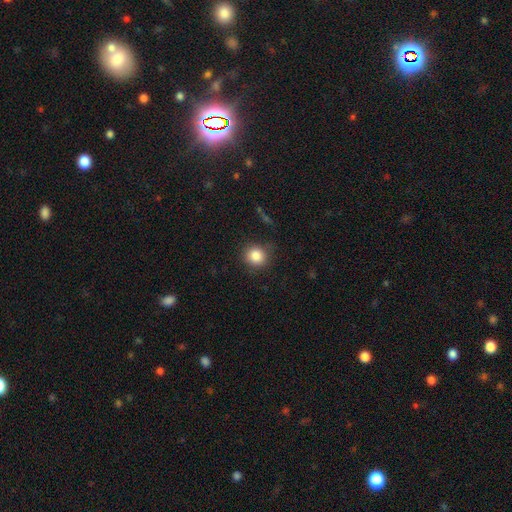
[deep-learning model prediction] Smooth or featured? Predicted: smooth (p=0.84). How rounded? Predicted: round (p=0.88). Merging? Predicted: none (p=0.84).